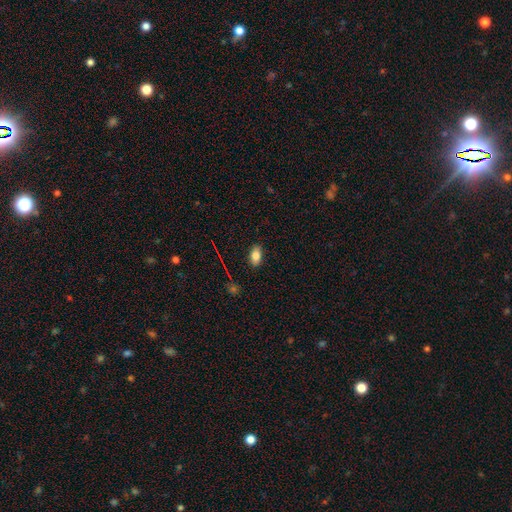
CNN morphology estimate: A smooth galaxy with no disk features (79%) that is in between round and cigar-shaped (90%). Merging: none (88%).